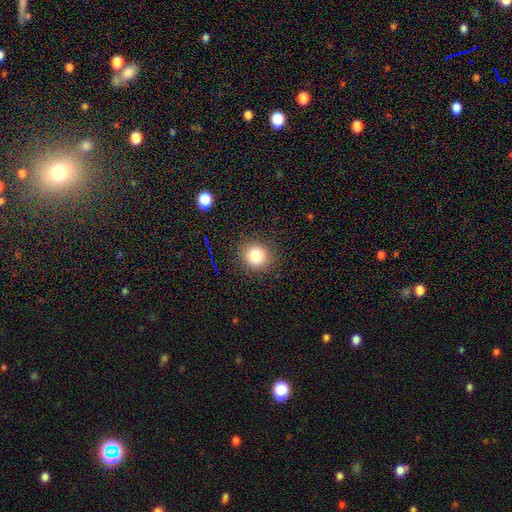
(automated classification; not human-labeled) Q: Smooth or featured?
A: smooth (80%); runner-up: star or artifact (13%)
Q: How rounded?
A: round (84%); runner-up: in between (15%)
Q: Merging?
A: none (88%); runner-up: minor disturbance (8%)